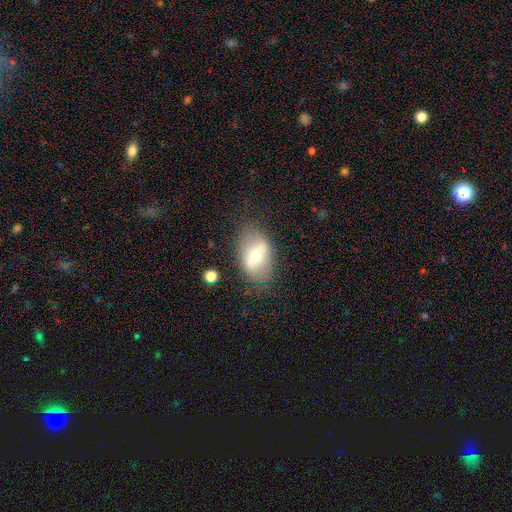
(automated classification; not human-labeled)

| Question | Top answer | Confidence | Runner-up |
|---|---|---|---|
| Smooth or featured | smooth | 48% | featured or disk (43%) |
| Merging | none | 69% | minor disturbance (20%) |